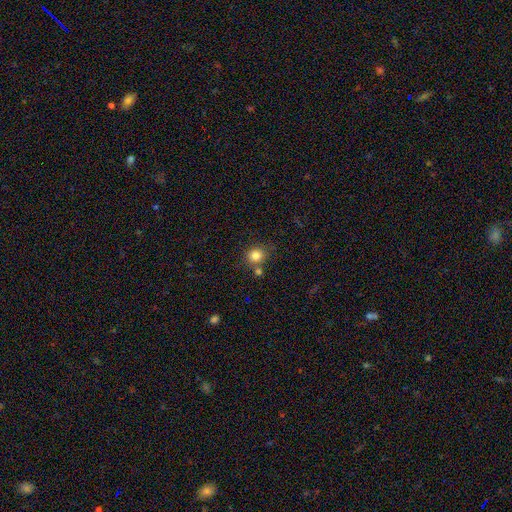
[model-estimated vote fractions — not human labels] Overall: smooth (82%). How rounded: round (85%). Merging: none (69%).